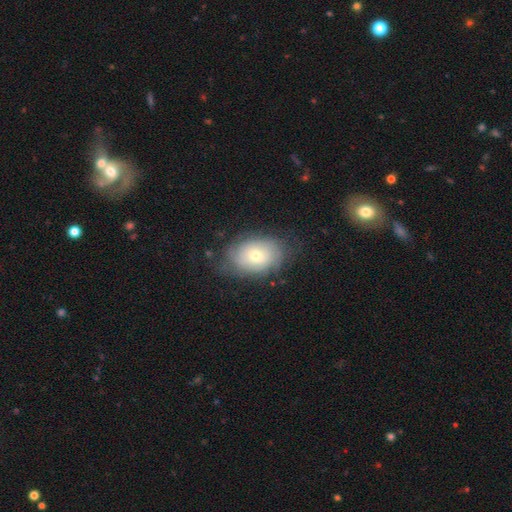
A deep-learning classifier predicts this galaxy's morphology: Q: Smooth or featured?
A: featured or disk (49%); runner-up: smooth (43%)
Q: Merging?
A: none (70%); runner-up: minor disturbance (21%)